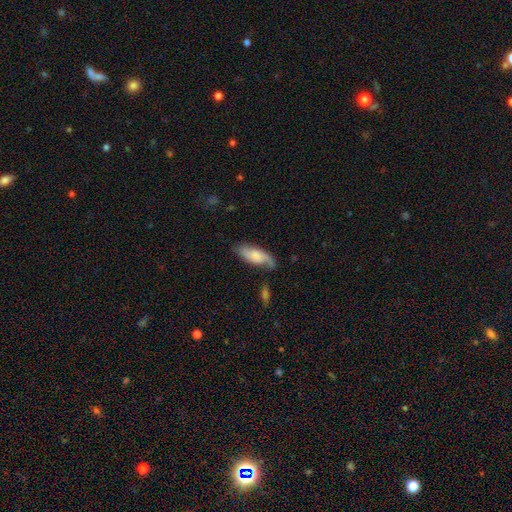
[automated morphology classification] Smooth or featured? featured or disk (48%)
Merging? none (61%)